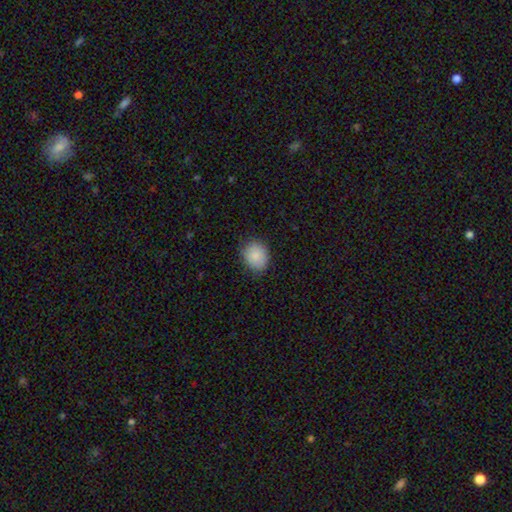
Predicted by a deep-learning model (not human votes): Morphology: type=smooth (87%); roundness=round (65%); merging=none (80%).